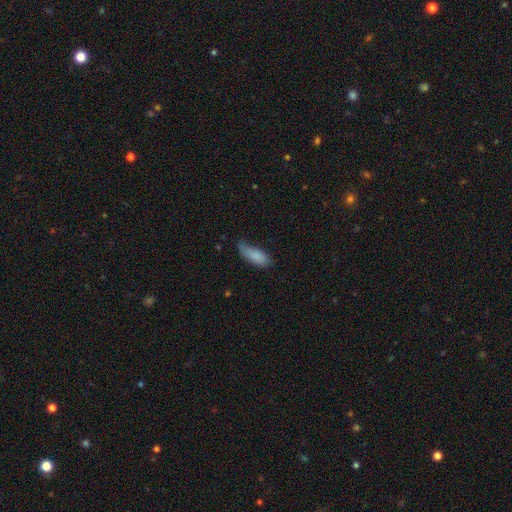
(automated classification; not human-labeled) Smooth or featured: smooth — 85% (featured or disk — 9%)
How rounded: in between — 73% (cigar-shaped — 25%)
Merging: none — 45% (minor disturbance — 38%)